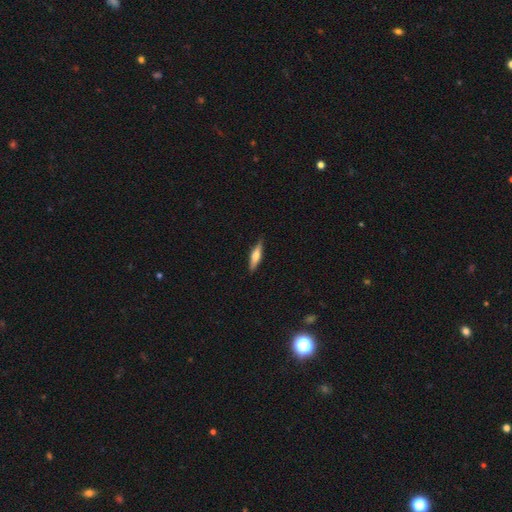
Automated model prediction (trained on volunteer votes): Overall: smooth (59%; featured or disk 36%). How rounded: cigar-shaped (72%). Merging: none (87%).